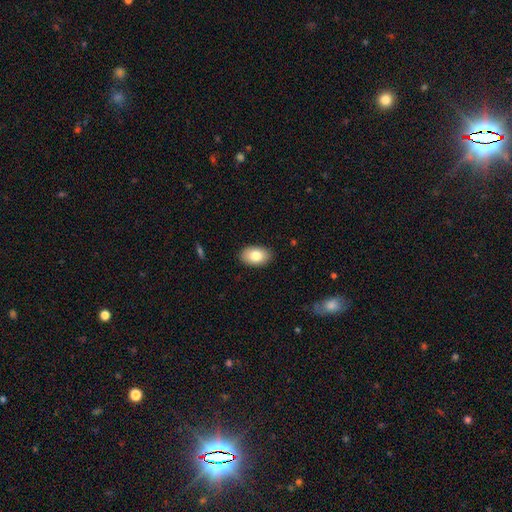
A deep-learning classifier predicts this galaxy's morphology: A smooth galaxy with no disk features (82%) that is in between round and cigar-shaped (90%). Merging: none (88%).